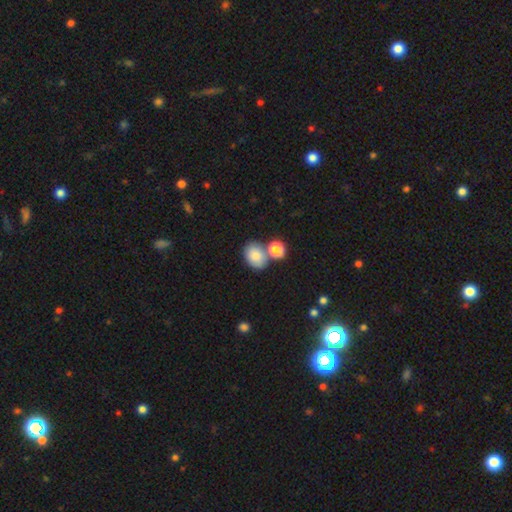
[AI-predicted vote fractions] smooth 82%, featured or disk 9%, star or artifact 9%. Down the decision tree: how rounded — in between (69%); merging — none (56%).